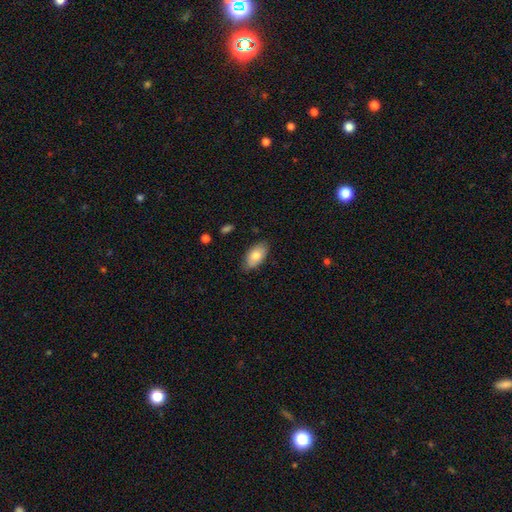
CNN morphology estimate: smooth 78%, featured or disk 16%, star or artifact 7%. Down the decision tree: how rounded — in between (94%); merging — none (80%).